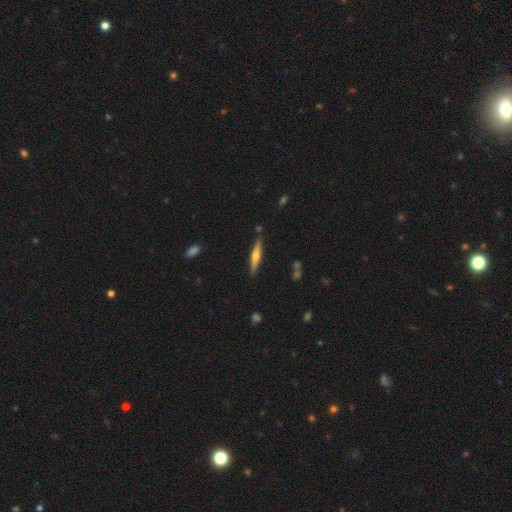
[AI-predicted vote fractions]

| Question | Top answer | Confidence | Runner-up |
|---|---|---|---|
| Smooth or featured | featured or disk | 51% | smooth (43%) |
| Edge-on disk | yes | 96% | no (4%) |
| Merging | none | 86% | minor disturbance (9%) |